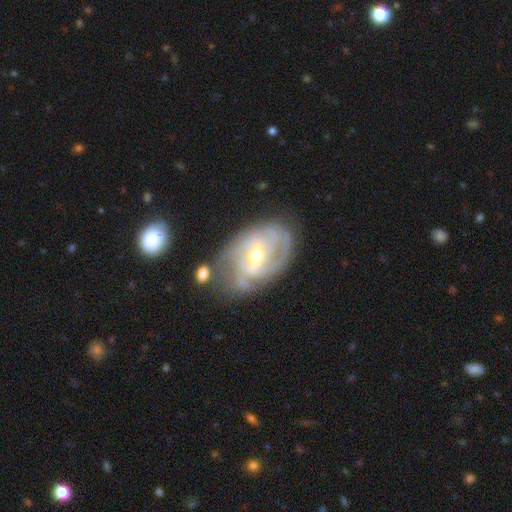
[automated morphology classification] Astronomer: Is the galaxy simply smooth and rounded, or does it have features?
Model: featured or disk — 89%.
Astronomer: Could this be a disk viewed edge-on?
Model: no — 97%.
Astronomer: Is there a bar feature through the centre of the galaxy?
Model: weak — 50% (runner-up: strong, 31%).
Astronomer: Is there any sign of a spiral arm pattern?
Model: yes — 96%.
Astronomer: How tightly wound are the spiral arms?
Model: tight — 64%.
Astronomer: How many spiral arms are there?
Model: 3 — 32% (runner-up: 2, 24%).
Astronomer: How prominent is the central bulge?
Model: moderate — 54% (runner-up: small, 42%).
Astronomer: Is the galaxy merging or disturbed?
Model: none — 65%.